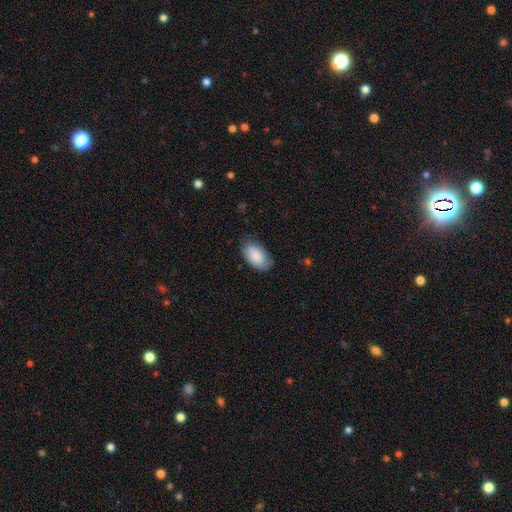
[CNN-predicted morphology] Smooth or featured? Predicted: smooth (p=0.87). How rounded? Predicted: in between (p=0.95). Merging? Predicted: none (p=0.76).